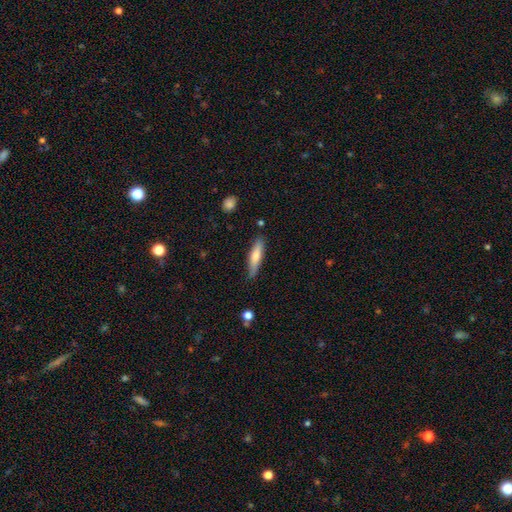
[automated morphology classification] A smooth galaxy with no disk features (61%) that is cigar-shaped (80%). Merging: none (84%).